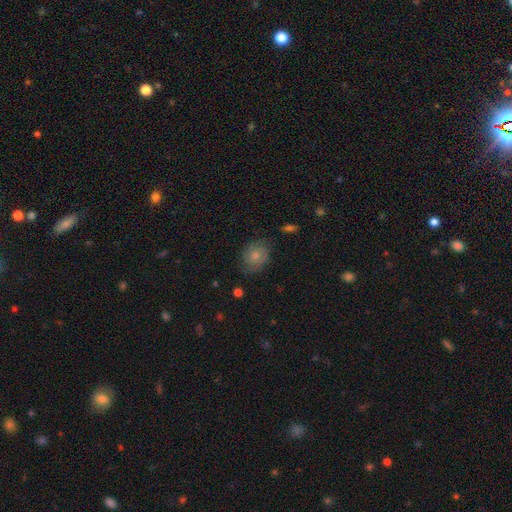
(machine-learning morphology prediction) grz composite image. It shows a smooth galaxy with no disk features (52%) that is in between round and cigar-shaped (51%). Merging: none (70%).